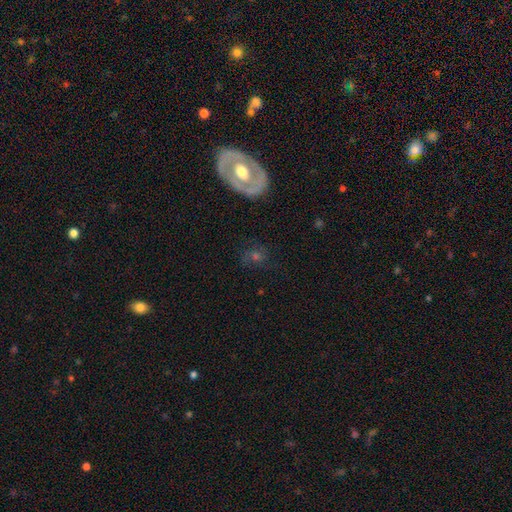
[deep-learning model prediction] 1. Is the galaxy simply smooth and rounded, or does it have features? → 53% featured or disk, 34% smooth, 12% star or artifact.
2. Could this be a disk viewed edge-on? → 90% no, 10% yes.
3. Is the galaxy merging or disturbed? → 76% none, 15% minor disturbance, 7% major disturbance, 3% merger.